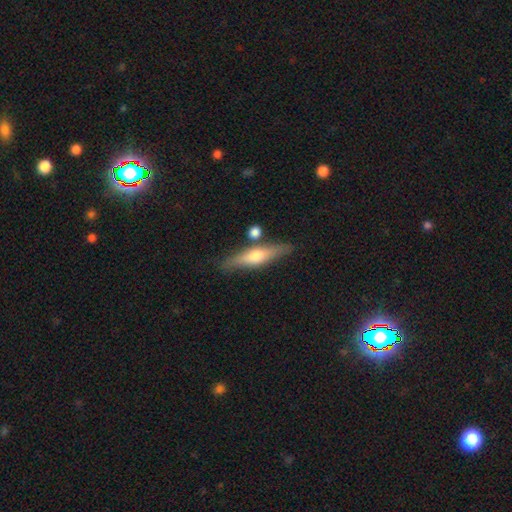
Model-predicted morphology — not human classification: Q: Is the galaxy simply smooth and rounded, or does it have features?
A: featured or disk — 54%.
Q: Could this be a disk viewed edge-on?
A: yes — 92%.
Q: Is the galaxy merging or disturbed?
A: none — 77%.